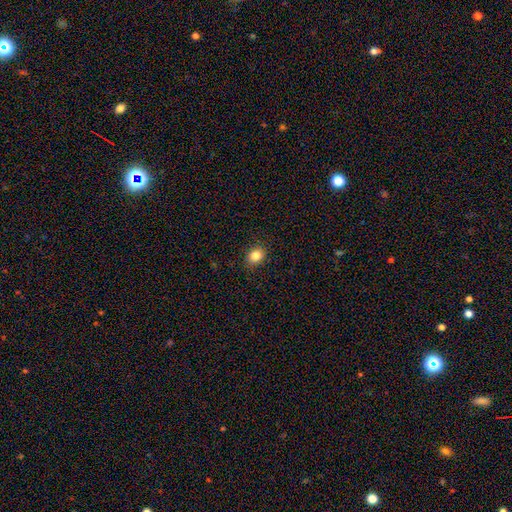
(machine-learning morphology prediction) Smooth or featured? Predicted: smooth (p=0.84). How rounded? Predicted: in between (p=0.53). Merging? Predicted: none (p=0.88).